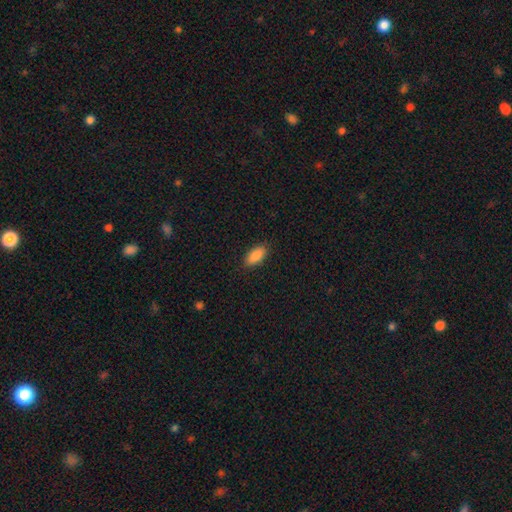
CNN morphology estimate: Smooth or featured? smooth (88%)
How rounded? in between (89%)
Merging? none (88%)